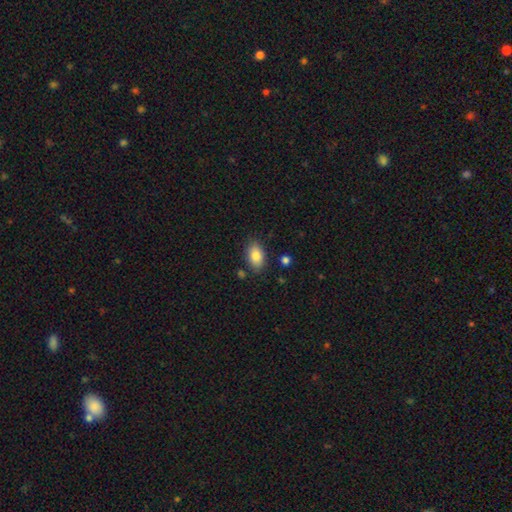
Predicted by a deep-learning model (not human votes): smooth_or_featured: smooth (p=0.85) [alt: star or artifact p=0.08]
how_rounded: in between (p=0.90) [alt: round p=0.08]
merging: none (p=0.82) [alt: minor disturbance p=0.12]